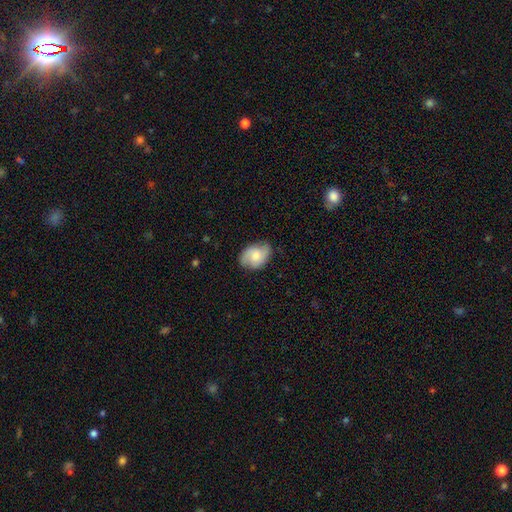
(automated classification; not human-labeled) Q: Smooth or featured?
A: smooth (59%); runner-up: featured or disk (34%)
Q: How rounded?
A: in between (70%); runner-up: round (29%)
Q: Merging?
A: none (70%); runner-up: minor disturbance (24%)